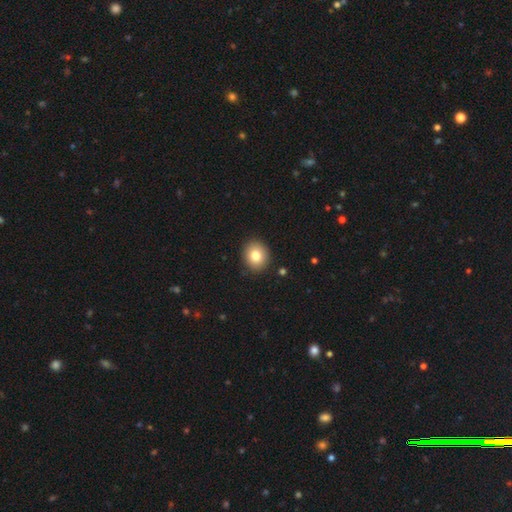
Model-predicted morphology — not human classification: A smooth galaxy with no disk features (79%) that is round (76%). Merging: none (91%).